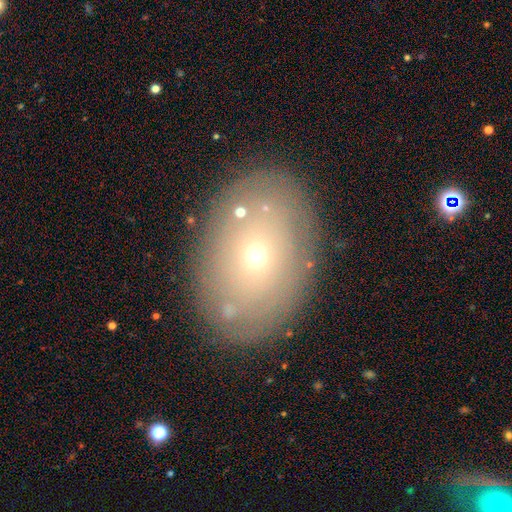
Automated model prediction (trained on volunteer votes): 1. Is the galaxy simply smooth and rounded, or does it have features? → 59% smooth, 28% featured or disk, 13% star or artifact.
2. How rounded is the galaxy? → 75% in between, 23% round, 1% cigar-shaped.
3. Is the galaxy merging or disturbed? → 83% none, 10% minor disturbance, 4% major disturbance, 3% merger.